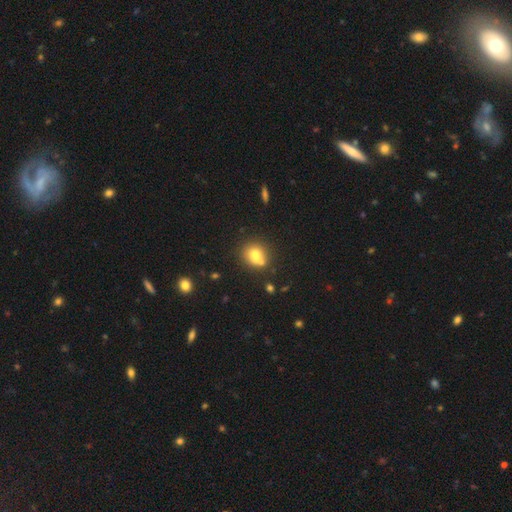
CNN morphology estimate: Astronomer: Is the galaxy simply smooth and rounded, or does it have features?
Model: smooth — 67%.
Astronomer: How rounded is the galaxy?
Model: round — 71%.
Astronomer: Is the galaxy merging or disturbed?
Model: none — 44% (runner-up: merger, 39%).